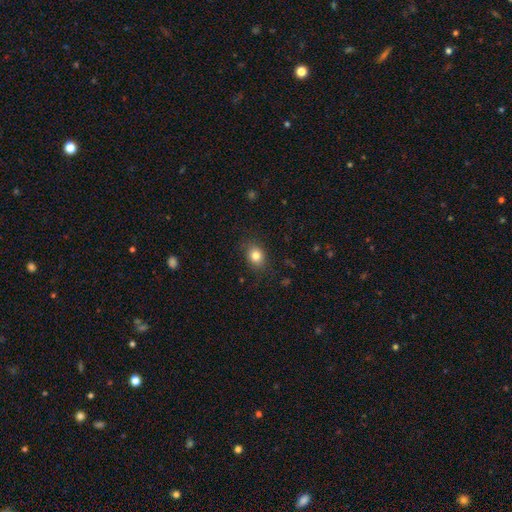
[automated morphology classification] A smooth galaxy with no disk features (82%) that is round (50%).

Vote fractions:
- Smooth or featured? smooth: 82% / star or artifact: 11% / featured or disk: 7%
- How rounded? round: 50% / in between: 49% / cigar-shaped: 1%
- Merging? none: 83% / minor disturbance: 13% / major disturbance: 4% / merger: 1%